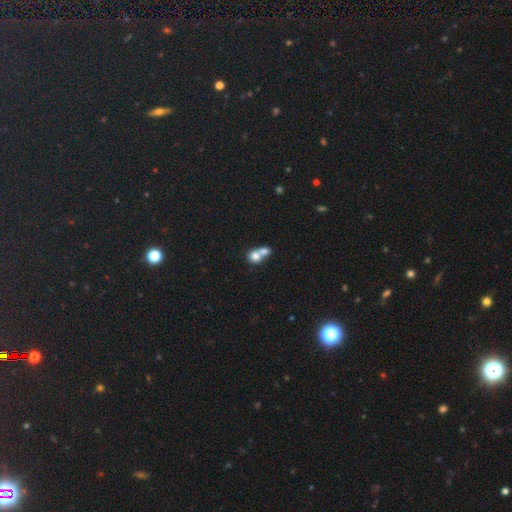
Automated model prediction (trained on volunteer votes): Overall: smooth (74%). How rounded: round (69%). Merging: merger (70%).